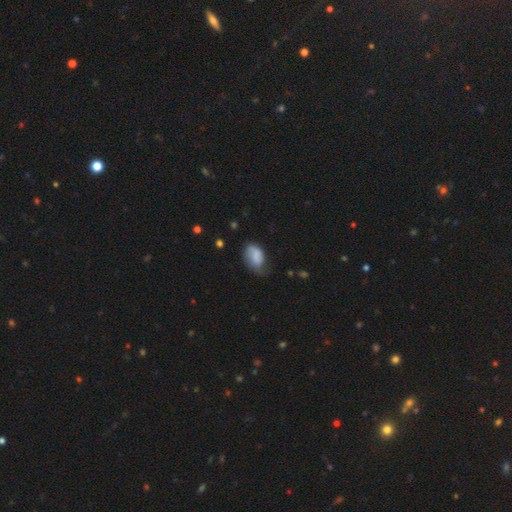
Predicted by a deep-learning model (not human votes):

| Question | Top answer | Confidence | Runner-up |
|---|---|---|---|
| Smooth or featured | smooth | 75% | featured or disk (17%) |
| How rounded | in between | 87% | round (11%) |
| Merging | none | 42% | minor disturbance (39%) |